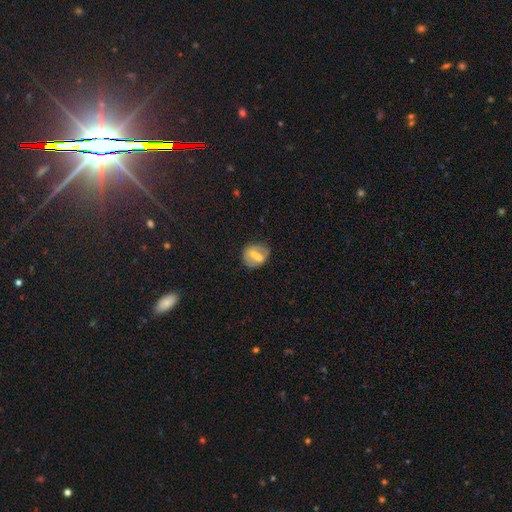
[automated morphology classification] This is possibly a smooth galaxy (53%). How rounded: likely round (68%). Merging: possibly none (50%).